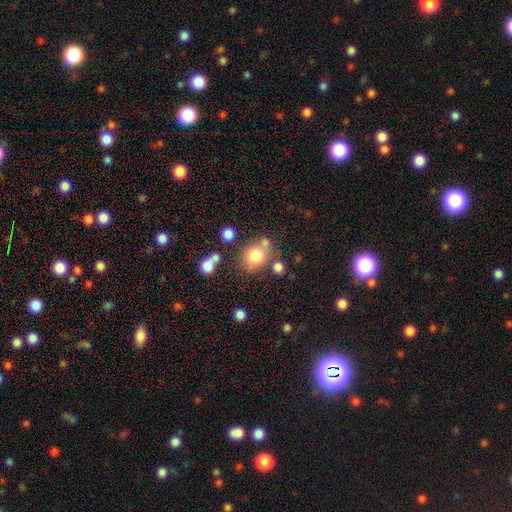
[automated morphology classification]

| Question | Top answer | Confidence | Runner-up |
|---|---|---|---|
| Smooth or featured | smooth | 77% | featured or disk (12%) |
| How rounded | round | 70% | in between (29%) |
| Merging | none | 62% | merger (16%) |